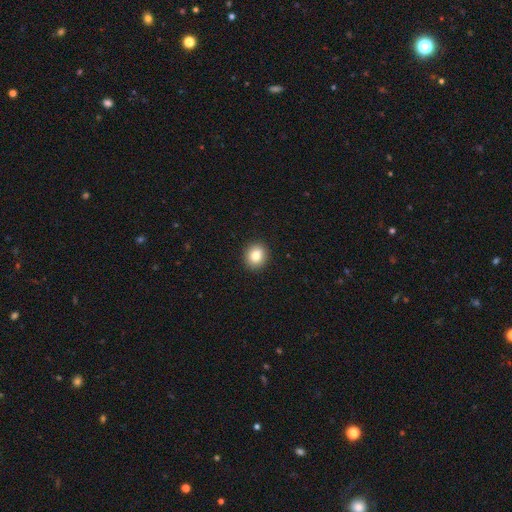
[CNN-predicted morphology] smooth-or-featured: smooth: 82% | star or artifact: 10% | featured or disk: 8%
  how-rounded: round: 76% | in between: 23% | cigar-shaped: 1%
  merging: none: 91% | minor disturbance: 6% | major disturbance: 2% | merger: 1%